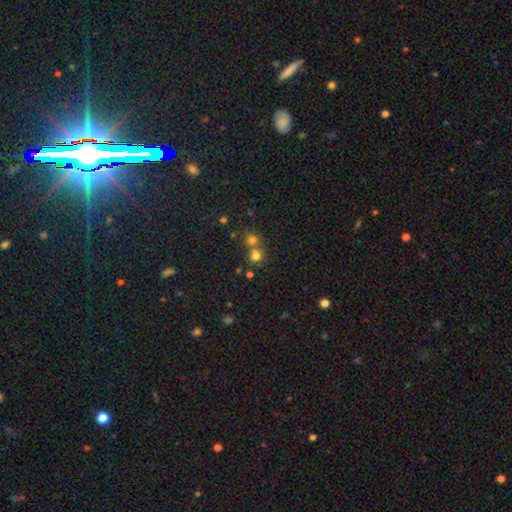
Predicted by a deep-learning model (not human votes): A smooth galaxy with no disk features (73%) that is round (87%).

Vote fractions:
- Smooth or featured? smooth: 73% / star or artifact: 19% / featured or disk: 8%
- How rounded? round: 87% / in between: 12% / cigar-shaped: 1%
- Merging? none: 50% / merger: 42% / minor disturbance: 5% / major disturbance: 2%